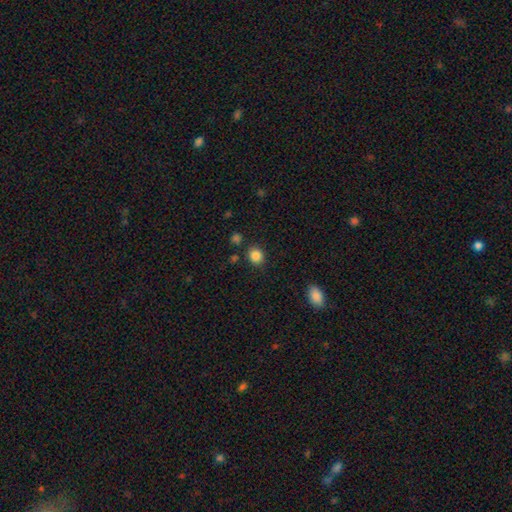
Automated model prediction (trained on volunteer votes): Smooth or featured? smooth (85%)
How rounded? round (70%)
Merging? none (84%)